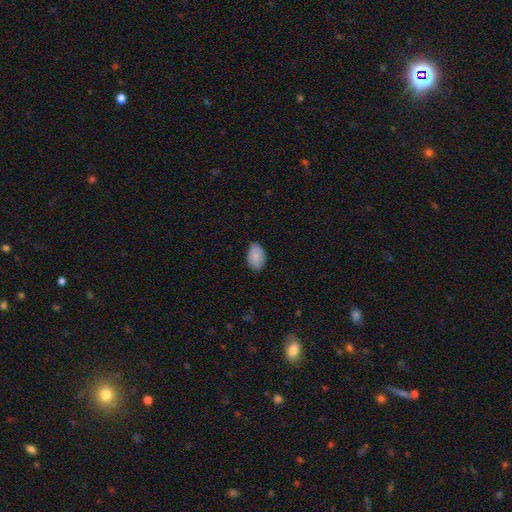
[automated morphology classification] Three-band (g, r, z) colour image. It shows a smooth galaxy with no disk features (87%) that is in between round and cigar-shaped (89%). Merging: none (79%).